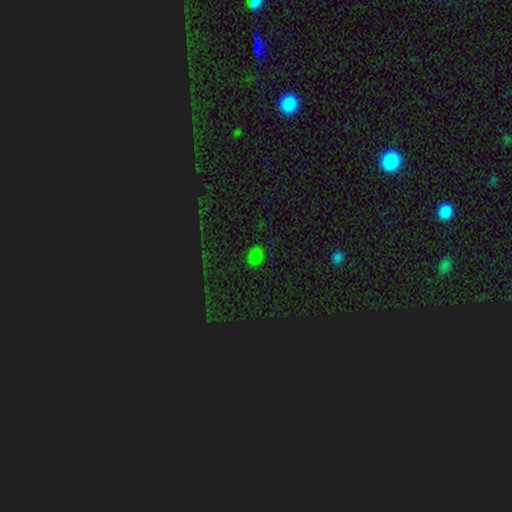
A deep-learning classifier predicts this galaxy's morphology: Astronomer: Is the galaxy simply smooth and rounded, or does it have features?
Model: smooth — 74%.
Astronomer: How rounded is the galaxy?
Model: in between — 61% (runner-up: round, 38%).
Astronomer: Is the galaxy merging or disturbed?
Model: none — 86%.